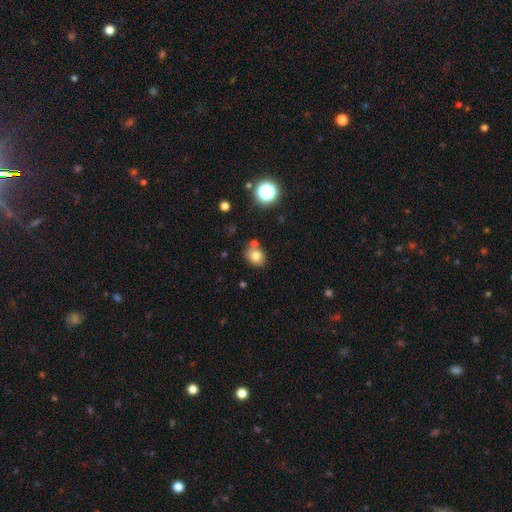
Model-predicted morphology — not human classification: Smooth or featured?
  - smooth: 77% *
  - star or artifact: 13%
  - featured or disk: 10%
How rounded?
  - round: 57% *
  - in between: 42%
  - cigar-shaped: 1%
Merging?
  - none: 69% *
  - merger: 15%
  - minor disturbance: 13%
  - major disturbance: 3%